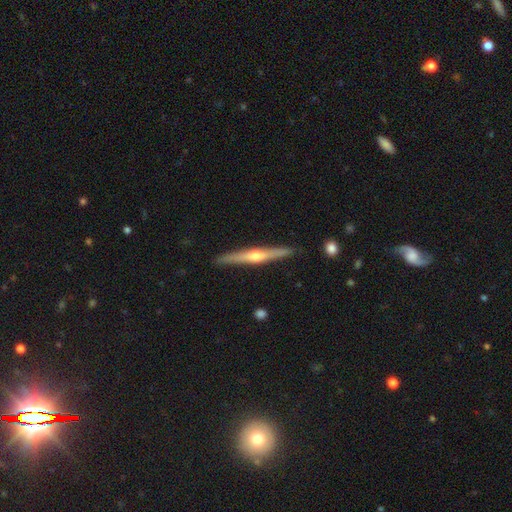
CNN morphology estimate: This appears to be a featured or disk galaxy (72%) viewed edge-on (98%) with a rounded central bulge (88%). Merging: none (91%).